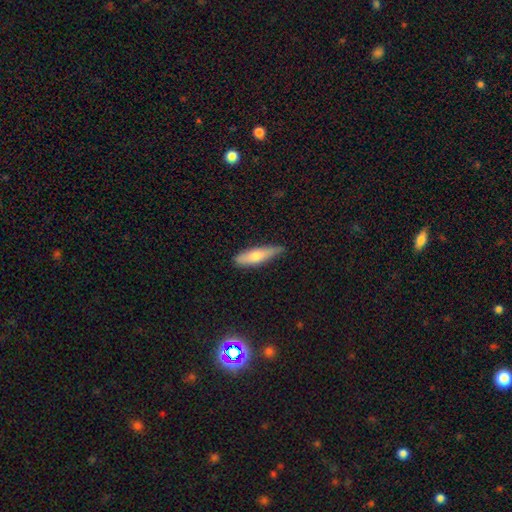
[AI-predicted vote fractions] Smooth or featured?
  - smooth: 63% *
  - featured or disk: 30%
  - star or artifact: 8%
How rounded?
  - cigar-shaped: 70% *
  - in between: 28%
  - round: 2%
Merging?
  - none: 76% *
  - minor disturbance: 19%
  - major disturbance: 3%
  - merger: 2%